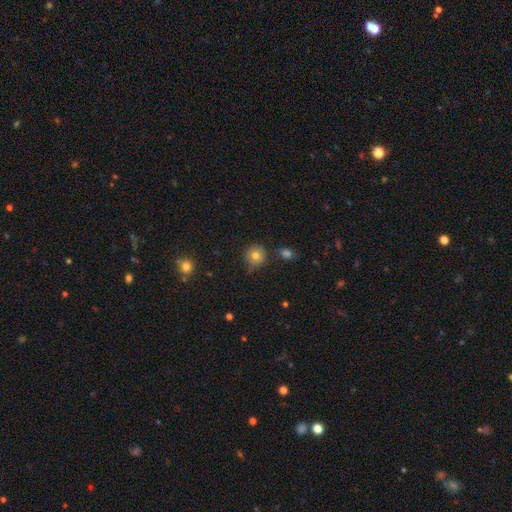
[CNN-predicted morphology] Smooth or featured?
  - smooth: 78% *
  - star or artifact: 12%
  - featured or disk: 10%
How rounded?
  - round: 89% *
  - in between: 10%
  - cigar-shaped: 1%
Merging?
  - none: 74% *
  - minor disturbance: 19%
  - merger: 4%
  - major disturbance: 4%